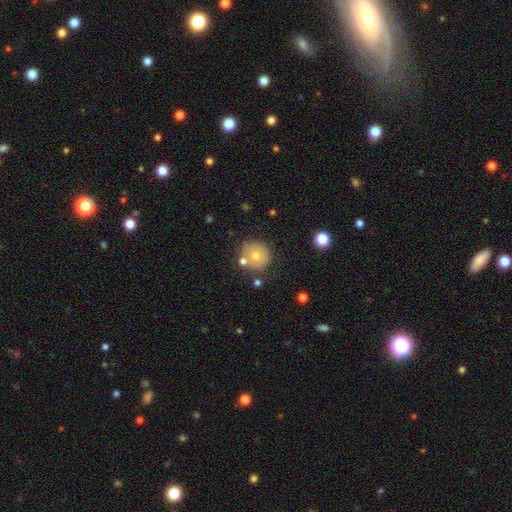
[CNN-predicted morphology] This appears to be a smooth galaxy with no disk features (63%) that is round (90%). Merging: none (70%).